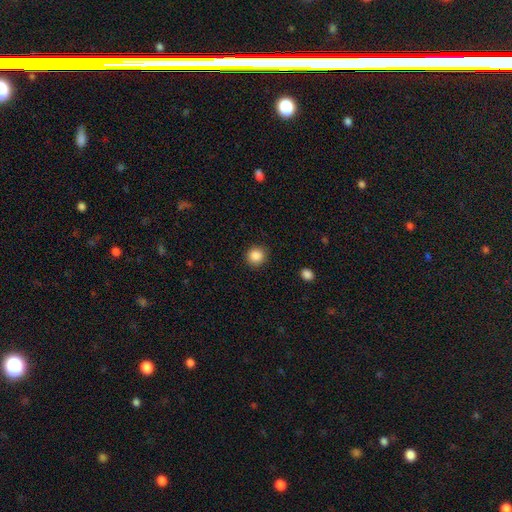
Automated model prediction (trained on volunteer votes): A smooth galaxy with no disk features (87%) that is round (90%). Merging: none (89%).